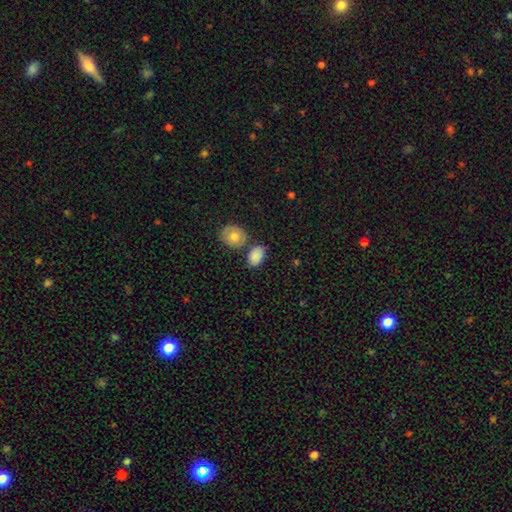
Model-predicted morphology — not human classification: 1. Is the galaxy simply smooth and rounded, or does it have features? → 86% smooth, 8% star or artifact, 6% featured or disk.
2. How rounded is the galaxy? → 85% in between, 14% round, 1% cigar-shaped.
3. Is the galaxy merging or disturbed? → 65% none, 16% minor disturbance, 14% merger, 4% major disturbance.